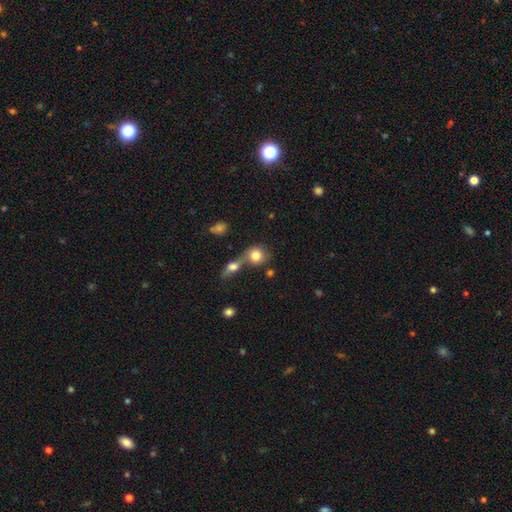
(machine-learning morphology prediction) Smooth or featured? Predicted: smooth (p=0.81). How rounded? Predicted: round (p=0.80). Merging? Predicted: merger (p=0.47).